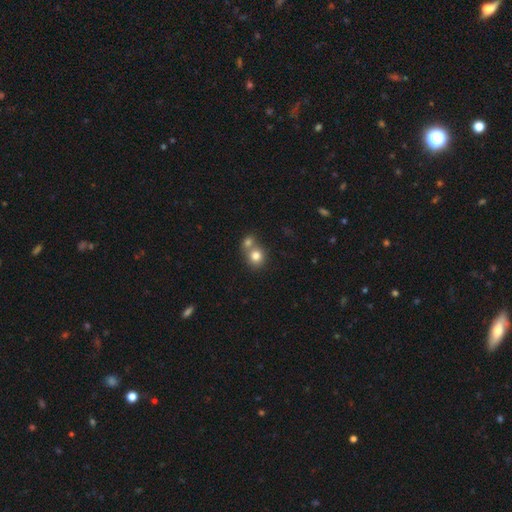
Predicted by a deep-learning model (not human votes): Overall: smooth (79%). How rounded: round (81%). Merging: merger (51%; none 40%).